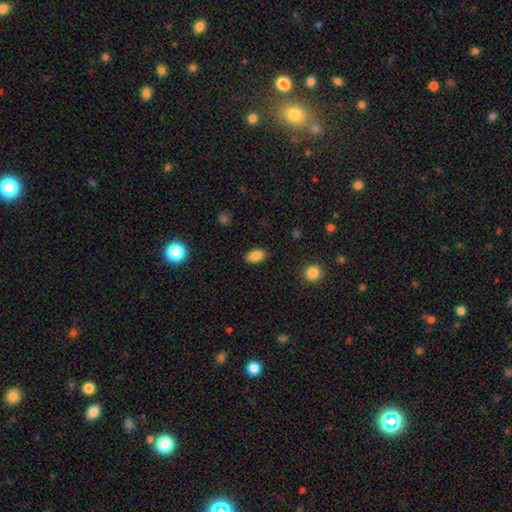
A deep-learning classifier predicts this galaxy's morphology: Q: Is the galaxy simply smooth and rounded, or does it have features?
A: smooth — 85%.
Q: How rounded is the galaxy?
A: in between — 91%.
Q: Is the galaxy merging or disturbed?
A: none — 87%.